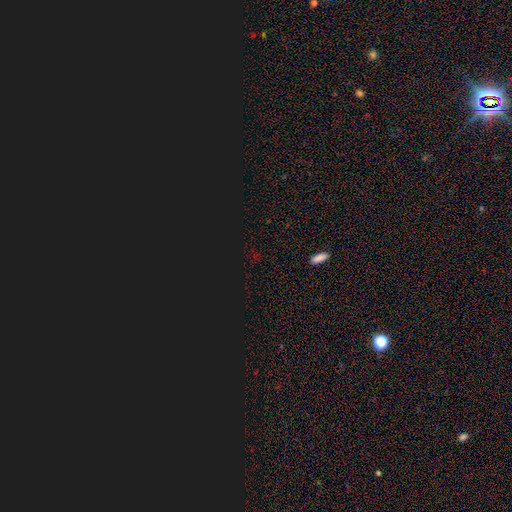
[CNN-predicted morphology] Q: Smooth or featured?
A: star or artifact (71%); runner-up: smooth (22%)